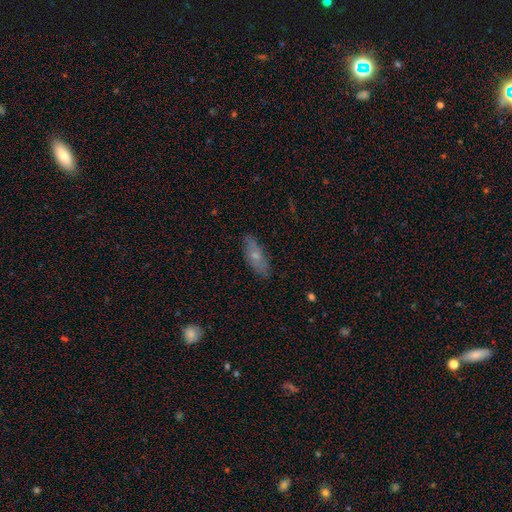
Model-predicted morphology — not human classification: A smooth galaxy with no disk features (61%) that is in between round and cigar-shaped (65%).

Vote fractions:
- Smooth or featured? smooth: 61% / featured or disk: 32% / star or artifact: 8%
- How rounded? in between: 65% / cigar-shaped: 32% / round: 3%
- Merging? none: 82% / minor disturbance: 14% / major disturbance: 3% / merger: 1%